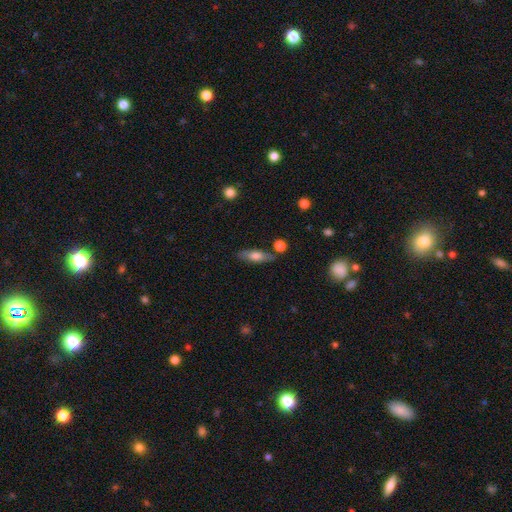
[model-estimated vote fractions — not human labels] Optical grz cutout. It shows a smooth galaxy with no disk features (62%) that is in between round and cigar-shaped (53%). Merging: none (75%).